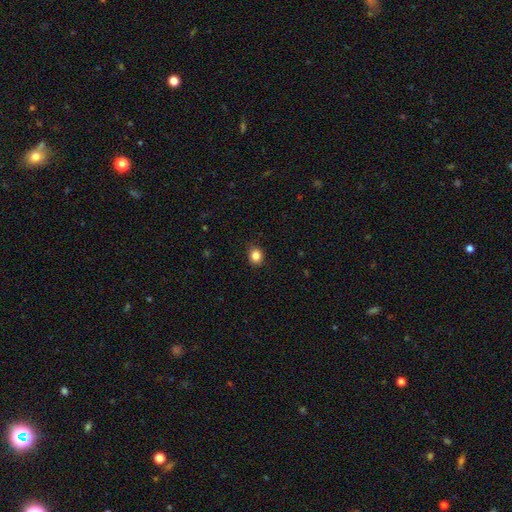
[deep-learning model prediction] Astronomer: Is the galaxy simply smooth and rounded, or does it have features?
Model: smooth — 85%.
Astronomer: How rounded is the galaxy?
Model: round — 73%.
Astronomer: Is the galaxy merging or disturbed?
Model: none — 89%.